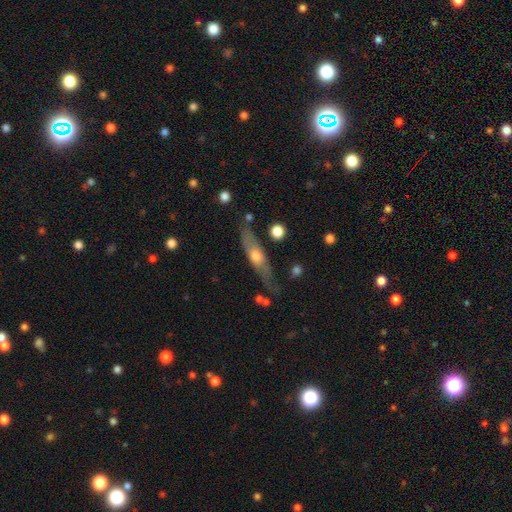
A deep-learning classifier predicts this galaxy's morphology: A featured or disk galaxy (50%) viewed edge-on (75%). Merging: none (67%).